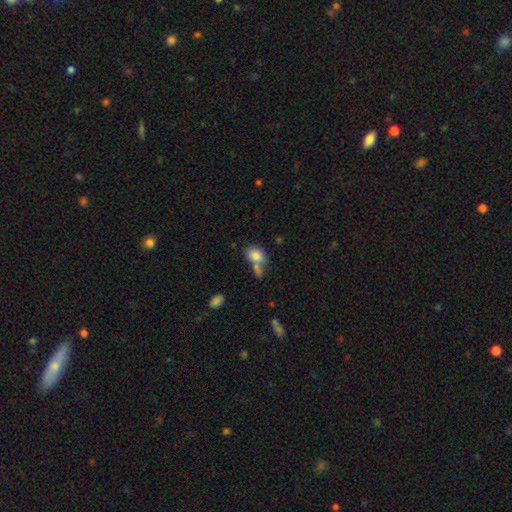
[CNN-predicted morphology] This is clearly a smooth galaxy (81%). How rounded: likely in between (67%). Merging: marginally none (40%).